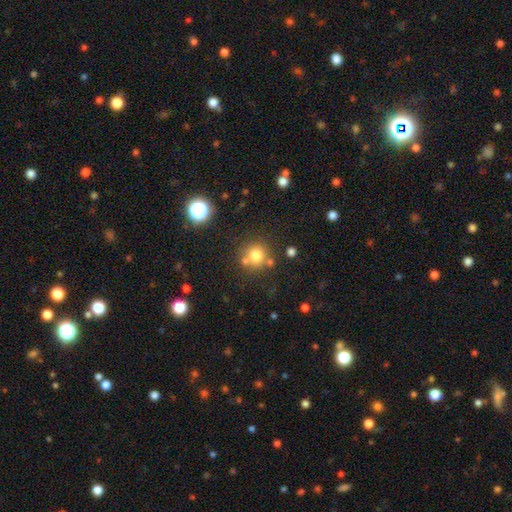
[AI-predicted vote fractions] Smooth or featured? Predicted: smooth (p=0.75). How rounded? Predicted: round (p=0.91). Merging? Predicted: none (p=0.69).